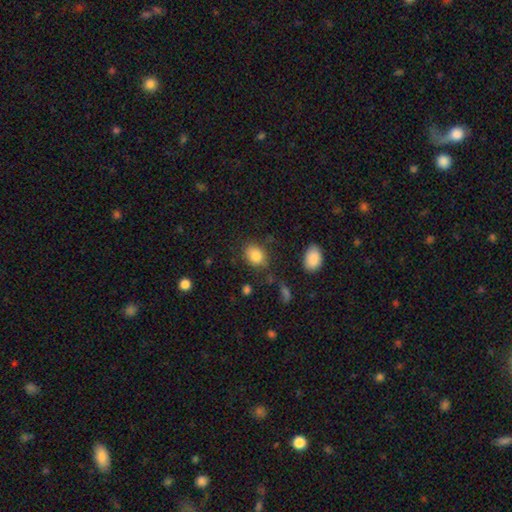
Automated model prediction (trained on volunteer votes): smooth 85%, star or artifact 9%, featured or disk 6%. Down the decision tree: how rounded — in between (60%); merging — none (76%).